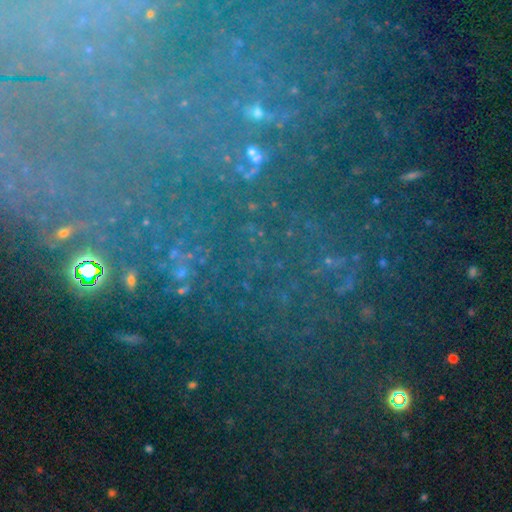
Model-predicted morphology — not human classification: Smooth or featured: star or artifact — 69% (smooth — 17%)